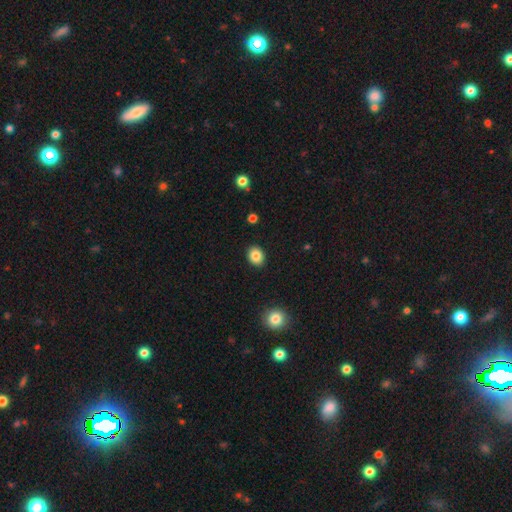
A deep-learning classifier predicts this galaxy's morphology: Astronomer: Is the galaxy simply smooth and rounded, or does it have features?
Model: smooth — 85%.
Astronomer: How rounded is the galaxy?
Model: in between — 50% (runner-up: round, 49%).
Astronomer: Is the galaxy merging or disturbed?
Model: none — 90%.